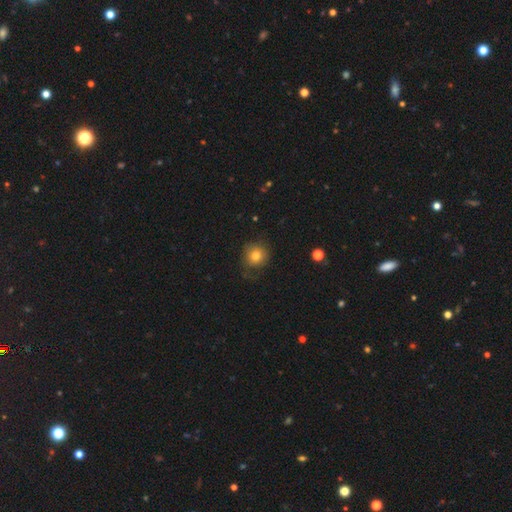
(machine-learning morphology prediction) Smooth or featured?
  - smooth: 78% *
  - featured or disk: 11%
  - star or artifact: 11%
How rounded?
  - round: 90% *
  - in between: 9%
  - cigar-shaped: 1%
Merging?
  - none: 72% *
  - minor disturbance: 19%
  - major disturbance: 8%
  - merger: 1%